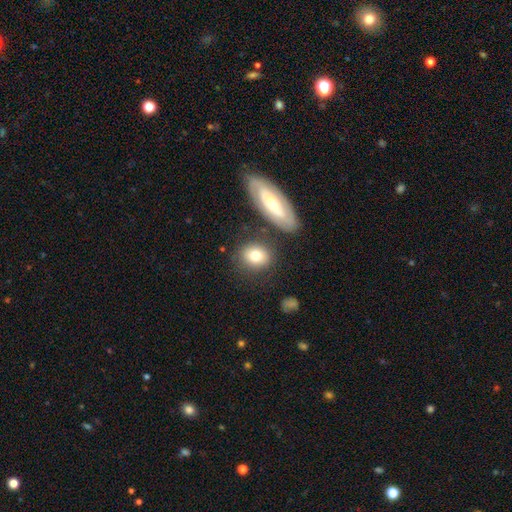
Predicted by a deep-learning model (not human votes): Smooth or featured?
  - smooth: 78% *
  - featured or disk: 15%
  - star or artifact: 8%
How rounded?
  - round: 60% *
  - in between: 37%
  - cigar-shaped: 3%
Merging?
  - none: 76% *
  - minor disturbance: 12%
  - merger: 9%
  - major disturbance: 4%